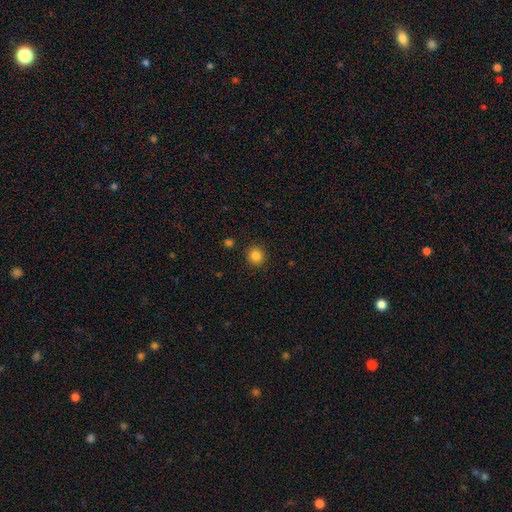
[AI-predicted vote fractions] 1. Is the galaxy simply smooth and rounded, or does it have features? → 84% smooth, 11% star or artifact, 5% featured or disk.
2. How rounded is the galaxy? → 93% round, 6% in between, 1% cigar-shaped.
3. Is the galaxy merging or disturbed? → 91% none, 6% minor disturbance, 2% major disturbance, 2% merger.